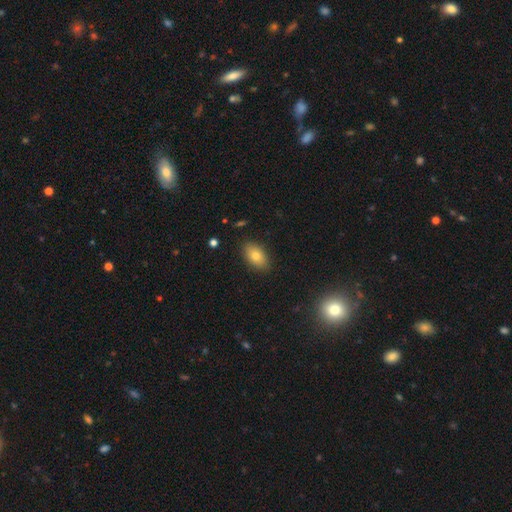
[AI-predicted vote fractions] Smooth or featured: smooth — 76% (featured or disk — 15%)
How rounded: in between — 89% (round — 9%)
Merging: none — 87% (minor disturbance — 10%)